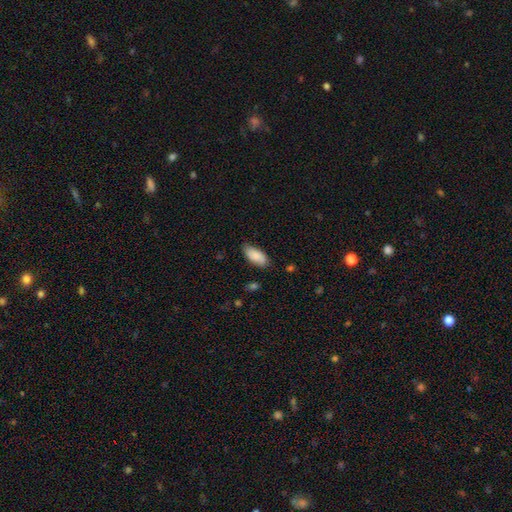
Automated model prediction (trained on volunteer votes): Smooth or featured?
  - smooth: 87% *
  - featured or disk: 7%
  - star or artifact: 6%
How rounded?
  - in between: 90% *
  - cigar-shaped: 8%
  - round: 2%
Merging?
  - none: 79% *
  - minor disturbance: 17%
  - major disturbance: 3%
  - merger: 1%